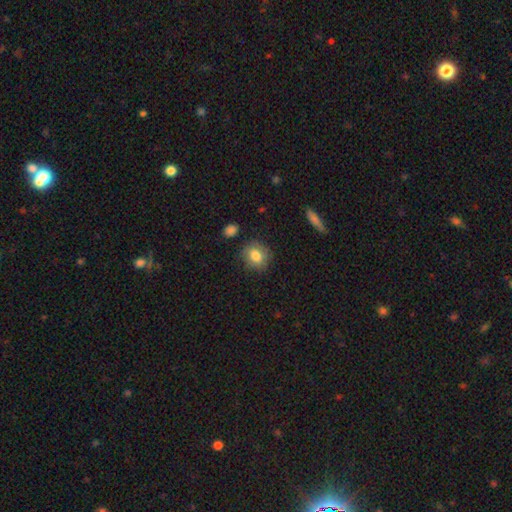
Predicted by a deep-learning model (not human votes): This appears to be a smooth galaxy with no disk features (81%) that is round (76%). Merging: none (80%).